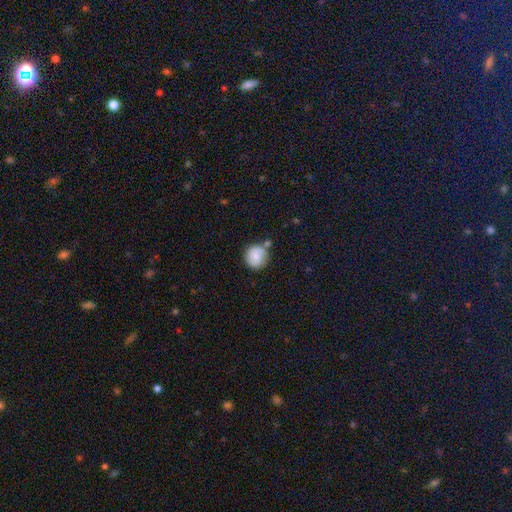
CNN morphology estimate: smooth-or-featured: smooth: 78% | featured or disk: 14% | star or artifact: 8%
  how-rounded: round: 90% | in between: 9% | cigar-shaped: 1%
  merging: none: 64% | minor disturbance: 18% | merger: 13% | major disturbance: 4%